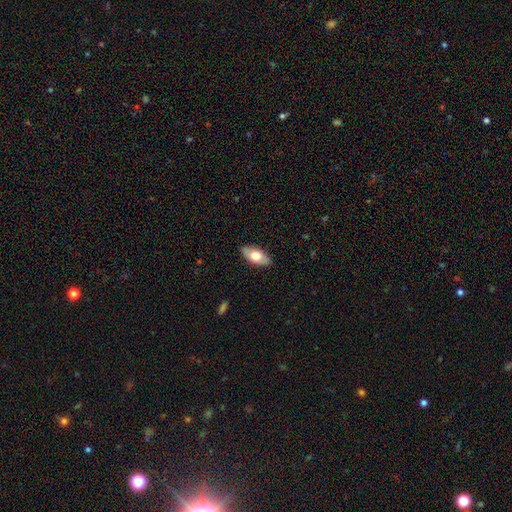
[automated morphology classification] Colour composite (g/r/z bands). It shows a smooth galaxy with no disk features (67%) that is in between round and cigar-shaped (91%). Merging: none (87%).